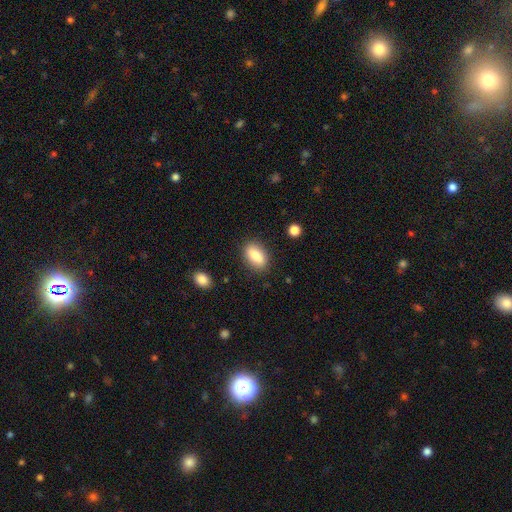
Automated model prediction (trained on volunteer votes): A smooth galaxy with no disk features (84%) that is in between round and cigar-shaped (88%).

Vote fractions:
- Smooth or featured? smooth: 84% / featured or disk: 9% / star or artifact: 7%
- How rounded? in between: 88% / round: 6% / cigar-shaped: 6%
- Merging? none: 85% / minor disturbance: 10% / major disturbance: 3% / merger: 2%